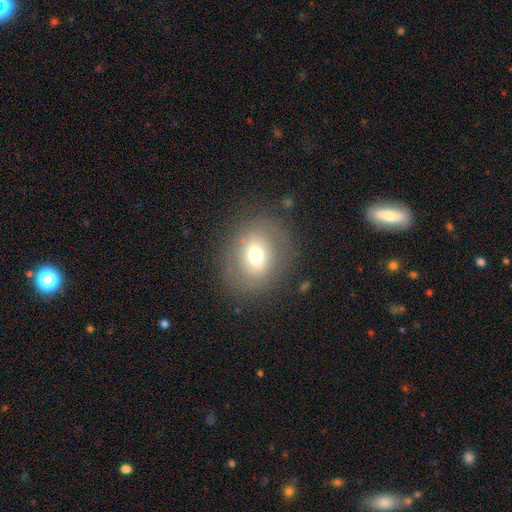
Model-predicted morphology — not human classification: Smooth or featured? Predicted: smooth (p=0.63). How rounded? Predicted: round (p=0.62). Merging? Predicted: none (p=0.81).